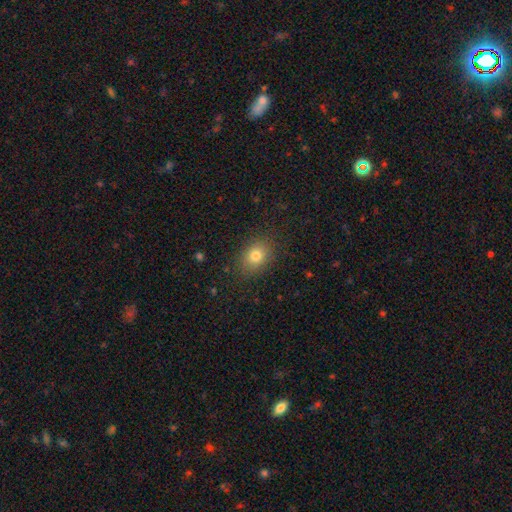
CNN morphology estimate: smooth 79%, star or artifact 12%, featured or disk 9%. Down the decision tree: how rounded — in between (57%); merging — none (85%).